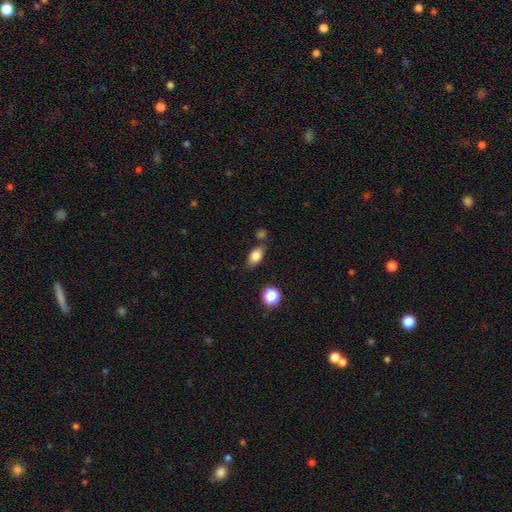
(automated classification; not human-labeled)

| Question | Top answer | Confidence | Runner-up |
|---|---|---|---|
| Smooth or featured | smooth | 82% | star or artifact (10%) |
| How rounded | in between | 84% | round (12%) |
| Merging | none | 73% | minor disturbance (15%) |